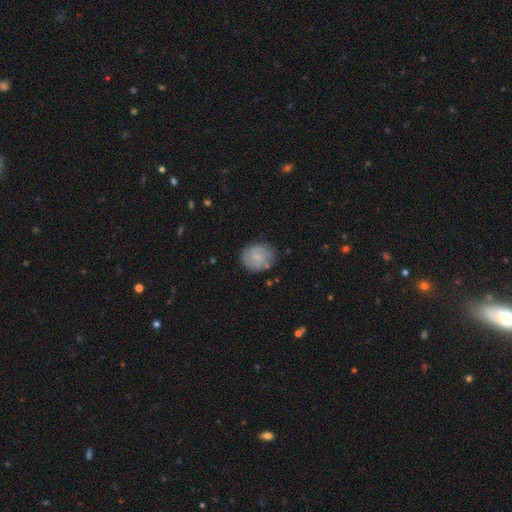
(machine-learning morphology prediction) Smooth or featured?
  - featured or disk: 49% *
  - smooth: 43%
  - star or artifact: 8%
Merging?
  - none: 76% *
  - minor disturbance: 18%
  - major disturbance: 5%
  - merger: 2%